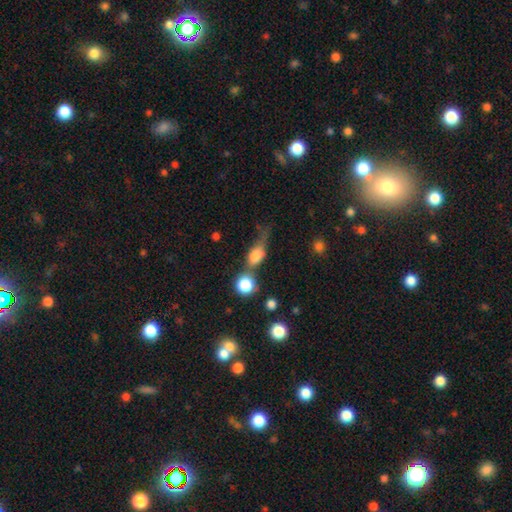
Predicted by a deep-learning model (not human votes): Smooth or featured: smooth — 69% (featured or disk — 19%)
How rounded: in between — 58% (round — 30%)
Merging: none — 32% (merger — 27%)